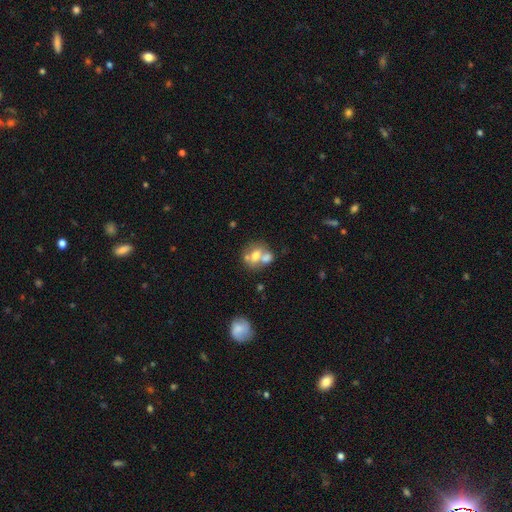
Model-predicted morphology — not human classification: This is possibly a smooth galaxy (59%). How rounded: possibly in between (50%). Merging: possibly merger (56%).